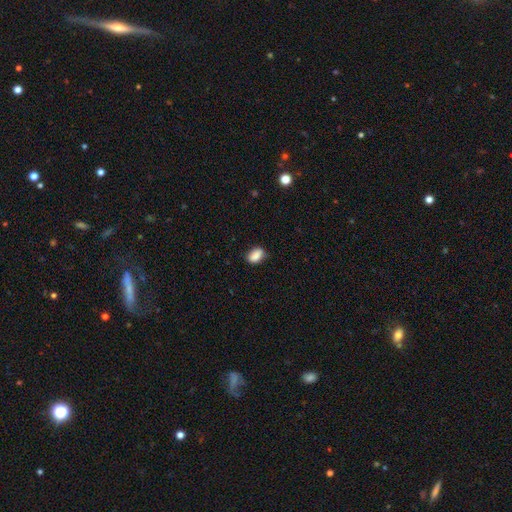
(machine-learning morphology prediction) Smooth or featured?
  - smooth: 87% *
  - star or artifact: 8%
  - featured or disk: 5%
How rounded?
  - in between: 84% *
  - round: 14%
  - cigar-shaped: 2%
Merging?
  - none: 77% *
  - minor disturbance: 18%
  - major disturbance: 3%
  - merger: 2%